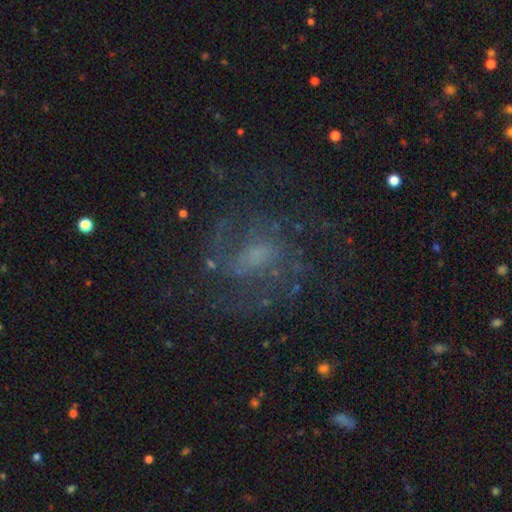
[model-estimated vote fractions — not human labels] Smooth or featured? featured or disk (78%)
Edge-on disk? no (97%)
Bar? weak (48%)
Spiral arms? yes (91%)
Spiral winding? medium (51%)
Spiral arm count? 2 (34%)
Bulge size? small (39%)
Merging? none (66%)